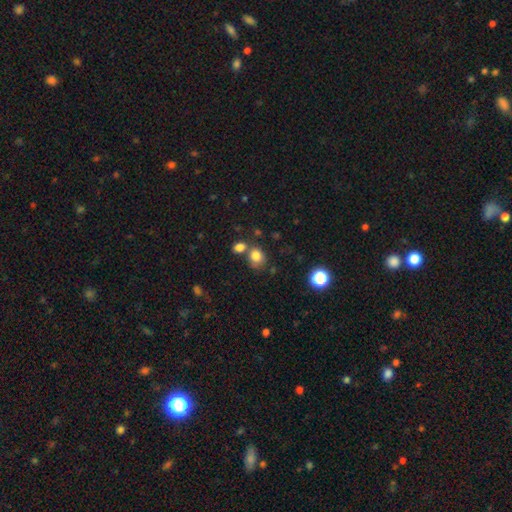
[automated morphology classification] A smooth galaxy with no disk features (81%) that is round (58%).

Vote fractions:
- Smooth or featured? smooth: 81% / star or artifact: 12% / featured or disk: 7%
- How rounded? round: 58% / in between: 41% / cigar-shaped: 1%
- Merging? none: 56% / merger: 25% / minor disturbance: 13% / major disturbance: 5%